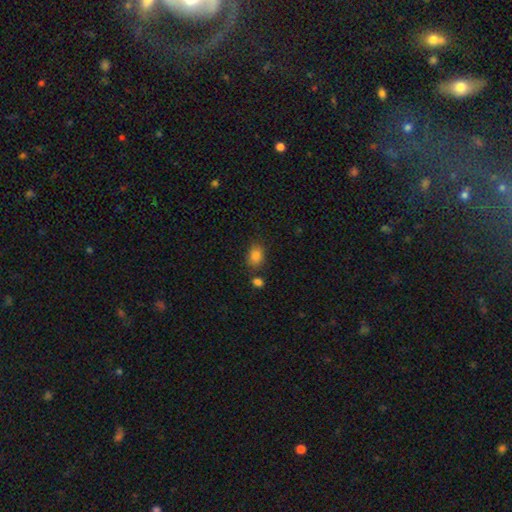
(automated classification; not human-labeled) smooth_or_featured: smooth (p=0.85) [alt: star or artifact p=0.10]
how_rounded: in between (p=0.69) [alt: round p=0.30]
merging: none (p=0.74) [alt: minor disturbance p=0.14]